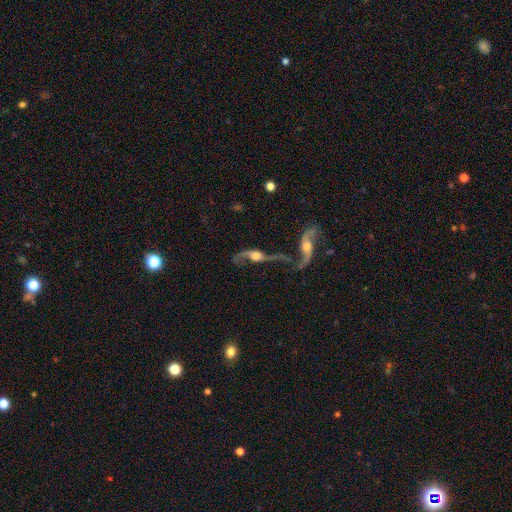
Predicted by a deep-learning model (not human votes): Morphology: type=featured or disk (81%); edge-on=no (76%); bar=no (61%); spiral arms=yes (89%); winding=loose (86%); arm count=2 (85%); bulge=moderate (48%); merging=merger (47%).